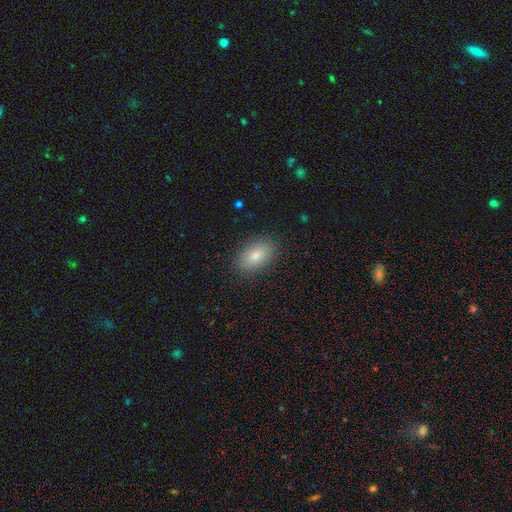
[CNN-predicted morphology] A smooth galaxy with no disk features (82%) that is in between round and cigar-shaped (90%). Merging: none (86%).